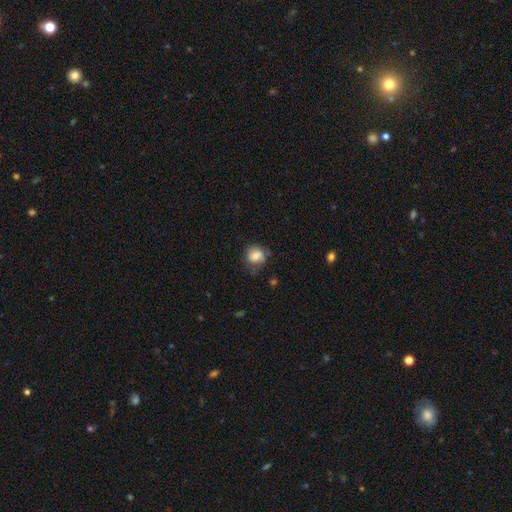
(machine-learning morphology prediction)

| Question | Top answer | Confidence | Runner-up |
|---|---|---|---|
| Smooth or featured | smooth | 69% | featured or disk (22%) |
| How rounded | round | 74% | in between (26%) |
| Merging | none | 58% | minor disturbance (28%) |